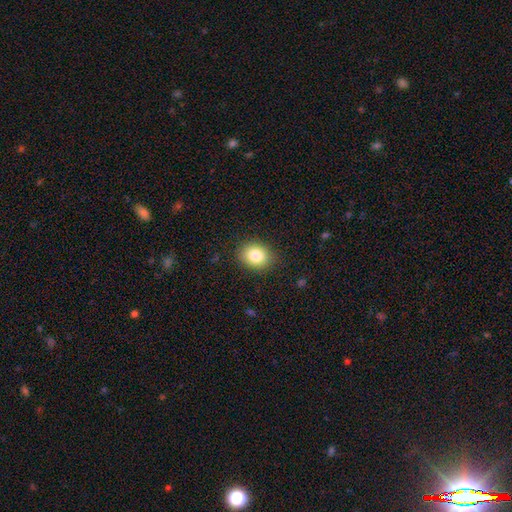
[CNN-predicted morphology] Smooth or featured?
  - smooth: 83% *
  - star or artifact: 10%
  - featured or disk: 8%
How rounded?
  - round: 57% *
  - in between: 43%
  - cigar-shaped: 1%
Merging?
  - none: 88% *
  - minor disturbance: 9%
  - major disturbance: 3%
  - merger: 1%